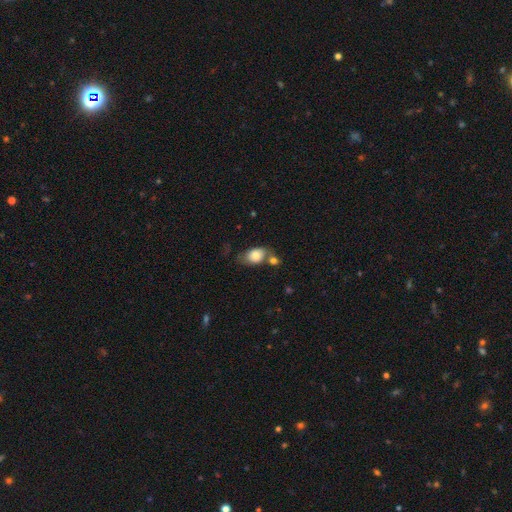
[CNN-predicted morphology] A smooth galaxy with no disk features (73%) that is in between round and cigar-shaped (80%).

Vote fractions:
- Smooth or featured? smooth: 73% / featured or disk: 19% / star or artifact: 8%
- How rounded? in between: 80% / round: 18% / cigar-shaped: 2%
- Merging? none: 37% / merger: 30% / minor disturbance: 21% / major disturbance: 11%